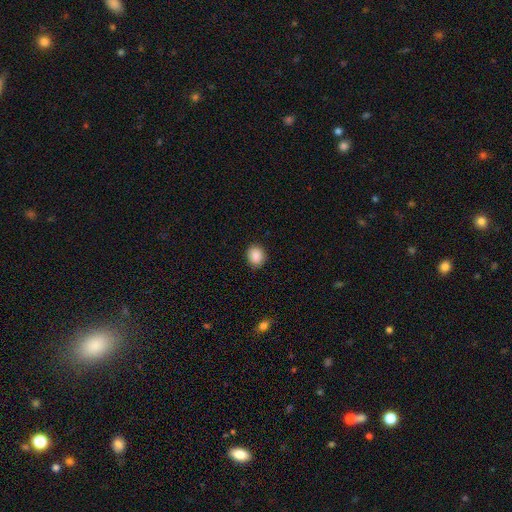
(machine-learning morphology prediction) A smooth galaxy with no disk features (88%) that is round (65%).

Vote fractions:
- Smooth or featured? smooth: 88% / star or artifact: 8% / featured or disk: 4%
- How rounded? round: 65% / in between: 34% / cigar-shaped: 1%
- Merging? none: 87% / minor disturbance: 10% / major disturbance: 2% / merger: 1%